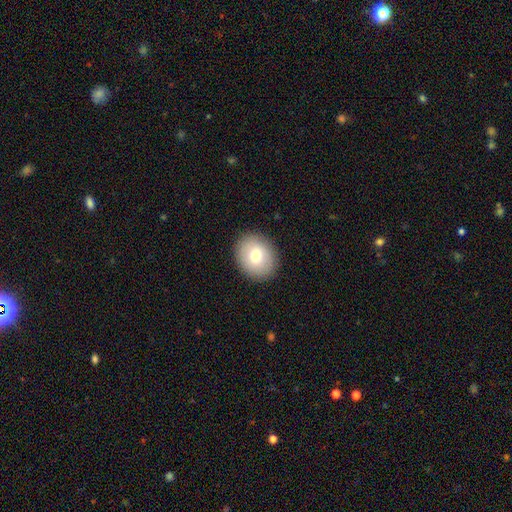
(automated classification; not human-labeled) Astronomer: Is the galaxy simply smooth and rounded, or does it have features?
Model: smooth — 76%.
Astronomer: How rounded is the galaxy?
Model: round — 56% (runner-up: in between, 43%).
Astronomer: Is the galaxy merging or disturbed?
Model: none — 89%.